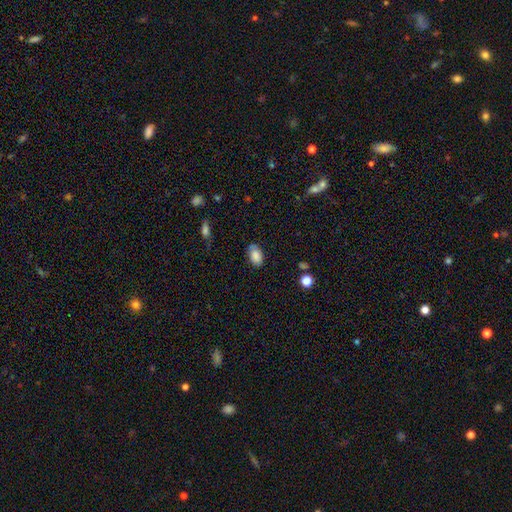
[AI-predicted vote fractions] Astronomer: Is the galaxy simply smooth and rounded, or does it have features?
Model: smooth — 82%.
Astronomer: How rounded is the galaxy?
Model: in between — 92%.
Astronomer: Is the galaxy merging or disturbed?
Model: none — 73%.